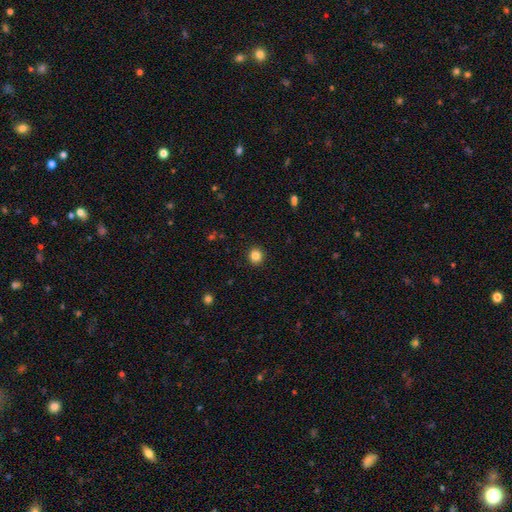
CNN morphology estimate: type=smooth (85%); roundness=round (89%); merging=none (92%).